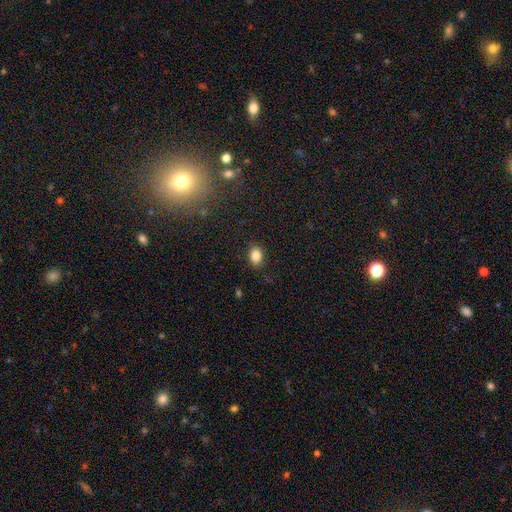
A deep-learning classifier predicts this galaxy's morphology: This appears to be a smooth galaxy with no disk features (84%) that is in between round and cigar-shaped (71%). Merging: none (87%).